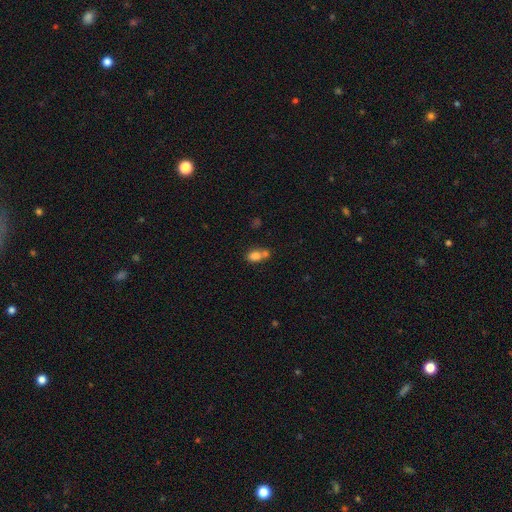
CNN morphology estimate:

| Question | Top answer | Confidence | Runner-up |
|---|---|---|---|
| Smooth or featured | smooth | 79% | star or artifact (10%) |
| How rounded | in between | 73% | round (25%) |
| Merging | merger | 47% | none (36%) |